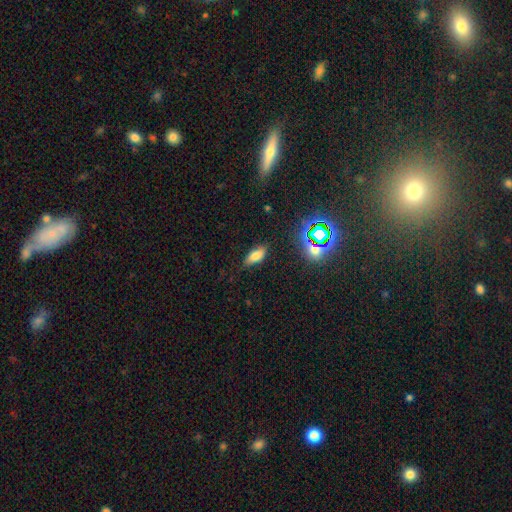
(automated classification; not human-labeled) Smooth or featured? Predicted: smooth (p=0.75). How rounded? Predicted: in between (p=0.80). Merging? Predicted: none (p=0.79).